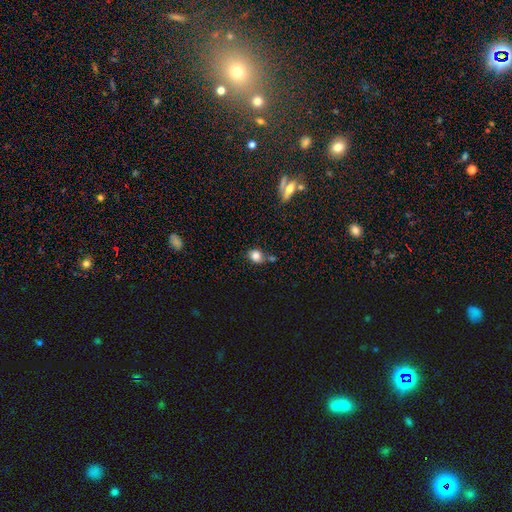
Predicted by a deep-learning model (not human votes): This is clearly a smooth galaxy (82%). How rounded: likely round (71%). Merging: possibly none (60%).